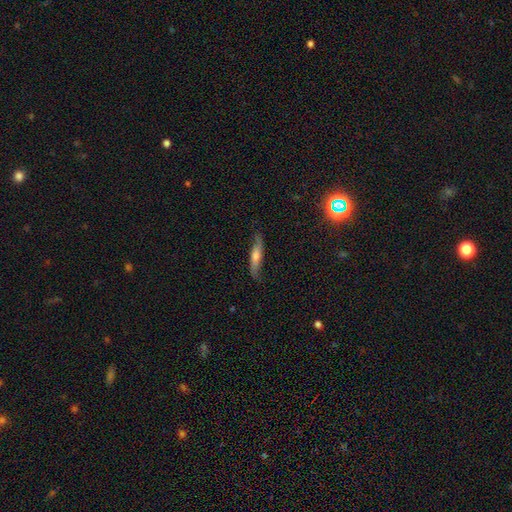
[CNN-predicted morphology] Q: Smooth or featured?
A: featured or disk (53%); runner-up: smooth (40%)
Q: Edge-on disk?
A: yes (63%); runner-up: no (37%)
Q: Merging?
A: none (74%); runner-up: minor disturbance (19%)